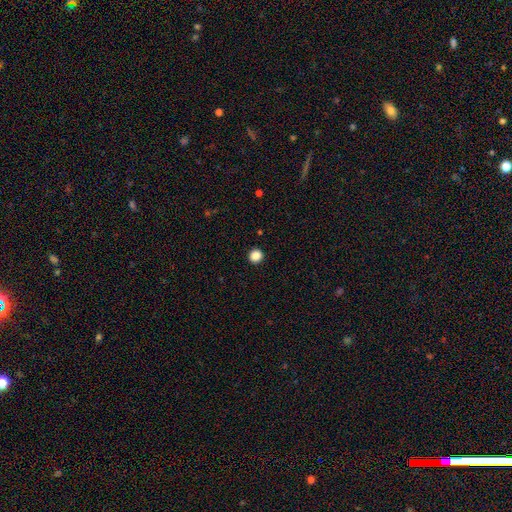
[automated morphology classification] smooth-or-featured: smooth: 86% | star or artifact: 11% | featured or disk: 3%
  how-rounded: round: 93% | in between: 6% | cigar-shaped: 1%
  merging: none: 94% | minor disturbance: 4% | major disturbance: 1% | merger: 1%